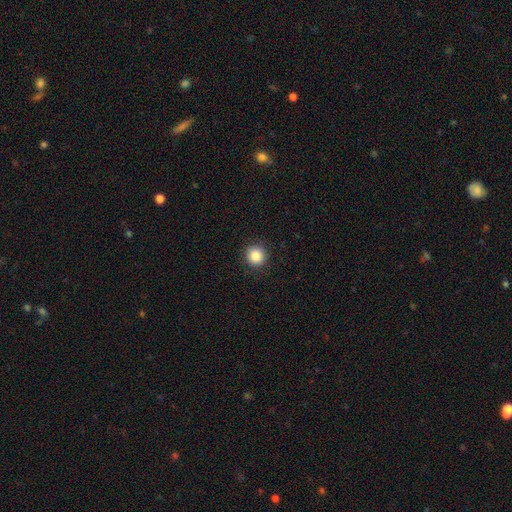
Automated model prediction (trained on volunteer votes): smooth-or-featured: smooth: 87% | star or artifact: 9% | featured or disk: 3%
  how-rounded: round: 93% | in between: 6% | cigar-shaped: 1%
  merging: none: 91% | minor disturbance: 6% | major disturbance: 2% | merger: 1%